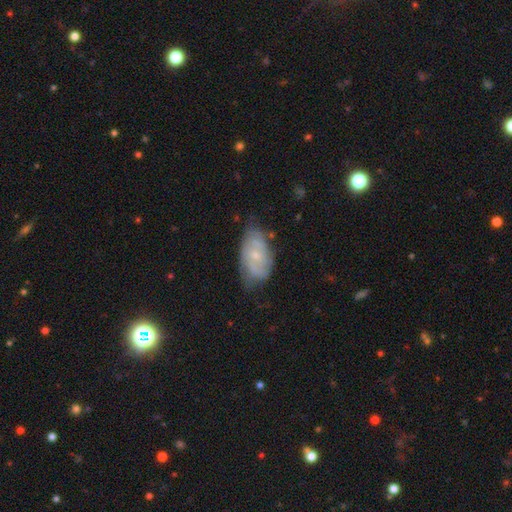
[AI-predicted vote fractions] Smooth or featured: featured or disk — 63% (smooth — 29%)
Edge-on disk: no — 95% (yes — 5%)
Bar: no — 67% (weak — 28%)
Spiral arms: yes — 80% (no — 20%)
Bulge size: small — 72% (moderate — 24%)
Merging: none — 62% (minor disturbance — 29%)